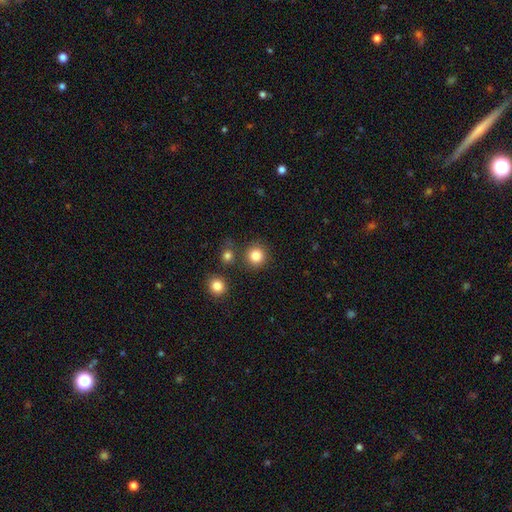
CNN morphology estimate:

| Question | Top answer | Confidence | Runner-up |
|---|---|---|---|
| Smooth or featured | smooth | 84% | star or artifact (11%) |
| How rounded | round | 92% | in between (7%) |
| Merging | none | 82% | minor disturbance (8%) |